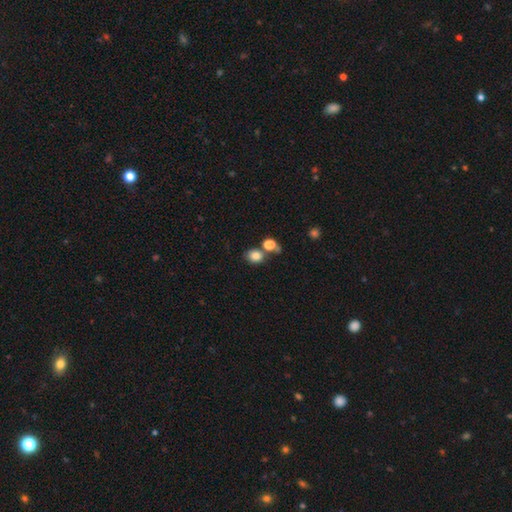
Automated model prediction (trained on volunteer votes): This is clearly a smooth galaxy (82%). How rounded: likely round (62%). Merging: possibly none (57%).